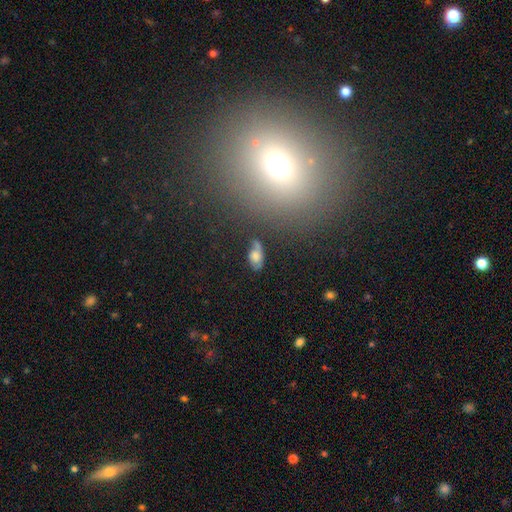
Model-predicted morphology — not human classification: Smooth or featured: smooth — 63% (featured or disk — 26%)
How rounded: in between — 88% (round — 8%)
Merging: none — 52% (minor disturbance — 25%)